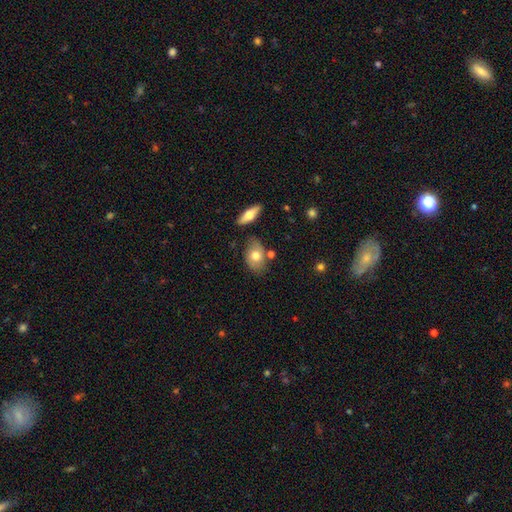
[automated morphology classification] smooth-or-featured: smooth: 67% | featured or disk: 26% | star or artifact: 7%
  how-rounded: in between: 84% | round: 14% | cigar-shaped: 2%
  merging: none: 71% | minor disturbance: 17% | merger: 8% | major disturbance: 4%